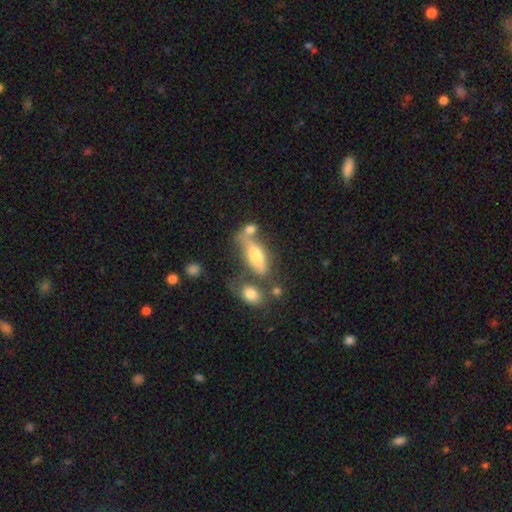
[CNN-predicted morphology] smooth-or-featured: smooth: 64% | featured or disk: 26% | star or artifact: 10%
  how-rounded: in between: 68% | cigar-shaped: 28% | round: 4%
  merging: none: 44% | merger: 28% | minor disturbance: 18% | major disturbance: 10%